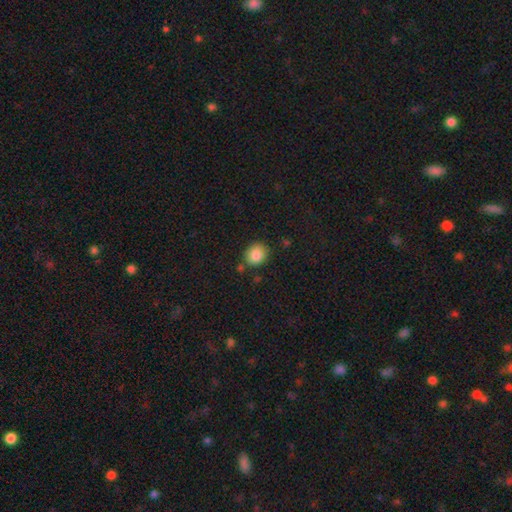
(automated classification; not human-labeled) A smooth galaxy with no disk features (85%) that is round (68%). Merging: none (76%).